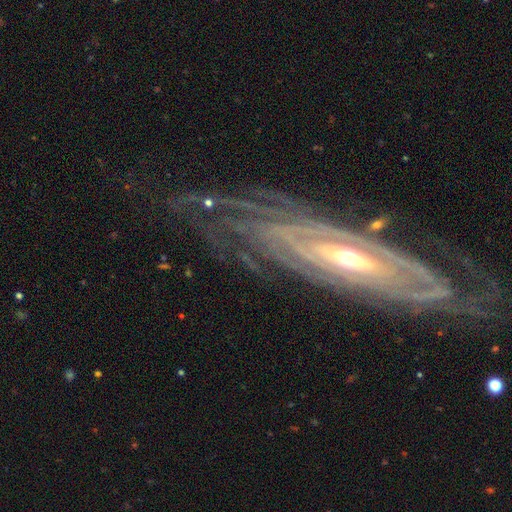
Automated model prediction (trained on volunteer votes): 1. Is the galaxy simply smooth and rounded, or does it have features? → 89% featured or disk, 6% star or artifact, 5% smooth.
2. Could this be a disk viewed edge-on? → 82% no, 18% yes.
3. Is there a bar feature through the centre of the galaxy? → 37% no, 31% strong, 31% weak.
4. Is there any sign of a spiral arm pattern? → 95% yes, 5% no.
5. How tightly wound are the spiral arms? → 80% tight, 16% medium, 4% loose.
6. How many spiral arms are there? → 42% can't tell, 15% more than 4, 13% 2, 13% 4, 11% 3, 7% 1.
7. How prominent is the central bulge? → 47% moderate (tied), 47% small (tied), 4% large, 1% dominant, 1% none.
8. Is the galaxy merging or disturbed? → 75% none, 15% minor disturbance, 8% major disturbance, 2% merger.